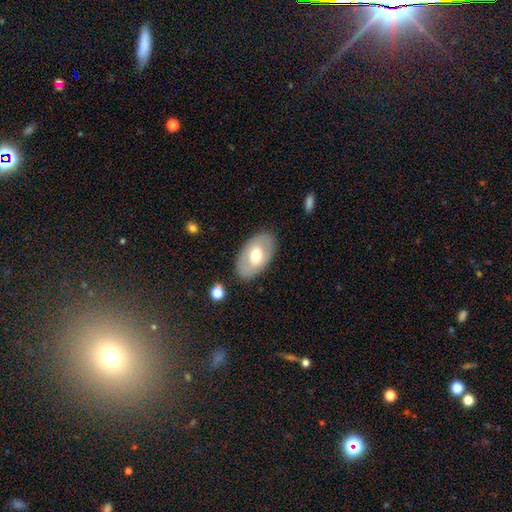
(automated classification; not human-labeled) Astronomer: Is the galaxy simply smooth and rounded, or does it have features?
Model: smooth — 52% (runner-up: featured or disk, 42%).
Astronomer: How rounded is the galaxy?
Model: in between — 92%.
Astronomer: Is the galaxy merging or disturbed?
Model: none — 84%.